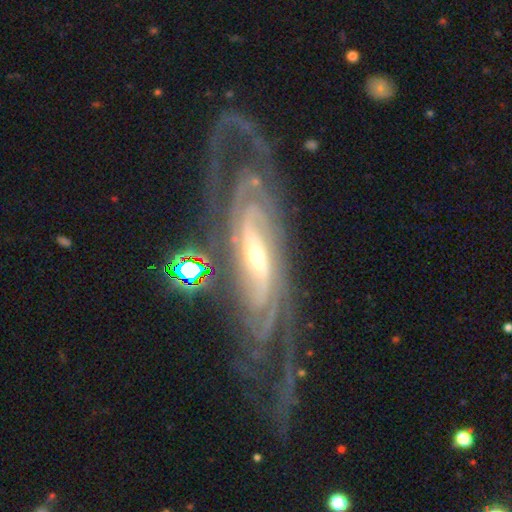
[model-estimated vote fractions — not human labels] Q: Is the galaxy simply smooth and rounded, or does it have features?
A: featured or disk — 88%.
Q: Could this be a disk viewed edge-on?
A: no — 84%.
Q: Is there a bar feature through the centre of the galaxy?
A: no — 34%, tied with weak.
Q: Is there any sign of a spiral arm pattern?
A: yes — 96%.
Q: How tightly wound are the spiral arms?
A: tight — 57%.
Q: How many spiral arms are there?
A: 2 — 39%.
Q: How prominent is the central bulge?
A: small — 47%.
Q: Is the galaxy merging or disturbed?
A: none — 65%.